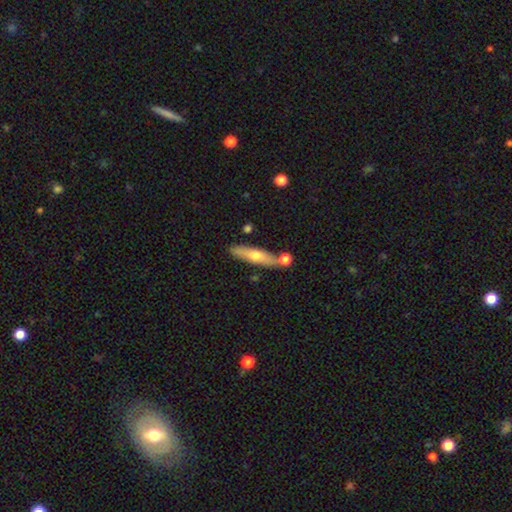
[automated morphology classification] Smooth or featured? Predicted: smooth (p=0.53). How rounded? Predicted: cigar-shaped (p=0.78). Merging? Predicted: none (p=0.76).